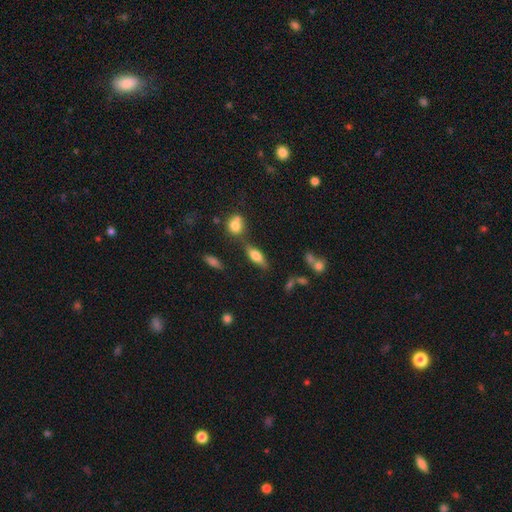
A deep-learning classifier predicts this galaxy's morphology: This appears to be a smooth galaxy with no disk features (62%) that is in between round and cigar-shaped (66%). Merging: none (68%).